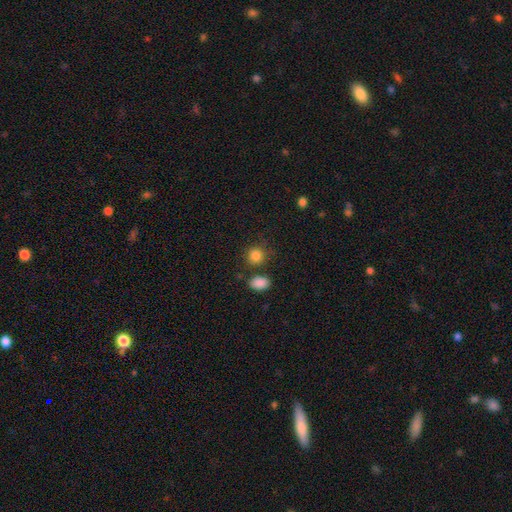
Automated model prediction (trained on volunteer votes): smooth-or-featured: smooth: 86% | star or artifact: 10% | featured or disk: 4%
  how-rounded: round: 81% | in between: 18% | cigar-shaped: 1%
  merging: none: 75% | minor disturbance: 11% | merger: 10% | major disturbance: 4%